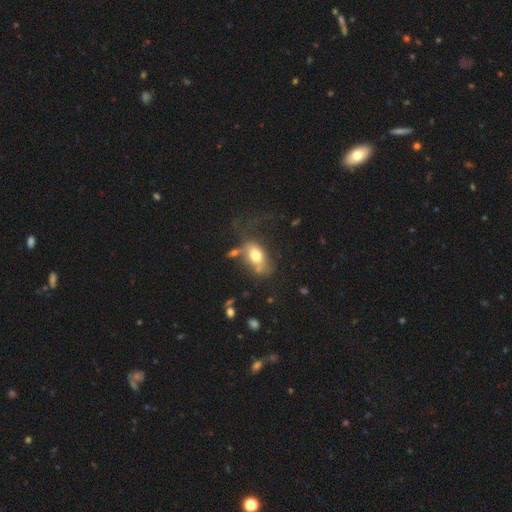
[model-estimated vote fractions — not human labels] smooth-or-featured: smooth: 68% | featured or disk: 23% | star or artifact: 9%
  how-rounded: in between: 84% | round: 13% | cigar-shaped: 3%
  merging: none: 38% | major disturbance: 28% | minor disturbance: 22% | merger: 12%